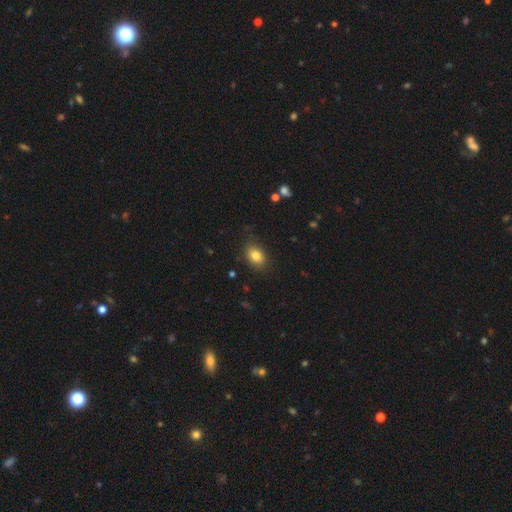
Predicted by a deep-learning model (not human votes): smooth-or-featured: smooth: 82% | star or artifact: 9% | featured or disk: 8%
  how-rounded: in between: 73% | round: 26% | cigar-shaped: 1%
  merging: none: 83% | minor disturbance: 13% | major disturbance: 3% | merger: 1%